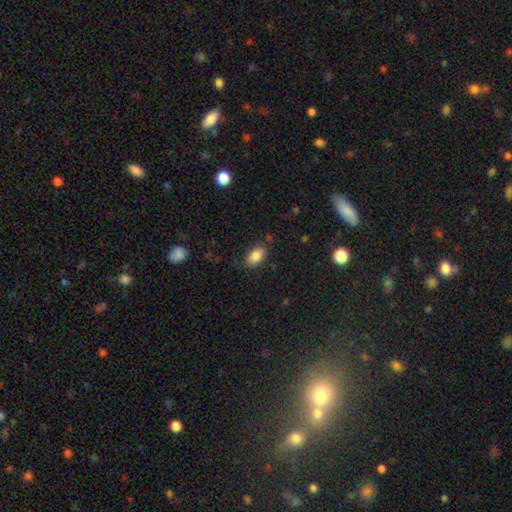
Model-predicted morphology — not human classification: Smooth or featured?
  - smooth: 86% *
  - star or artifact: 8%
  - featured or disk: 6%
How rounded?
  - in between: 90% *
  - round: 8%
  - cigar-shaped: 2%
Merging?
  - none: 82% *
  - minor disturbance: 13%
  - major disturbance: 4%
  - merger: 2%